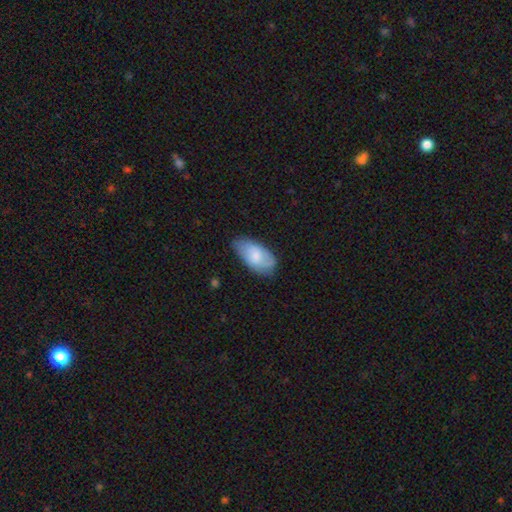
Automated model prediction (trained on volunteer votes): The model was most divided on "merging": none: 67%, minor disturbance: 27%, major disturbance: 5%, merger: 1%. More confident: how rounded — in between (94%); smooth or featured — smooth (73%).